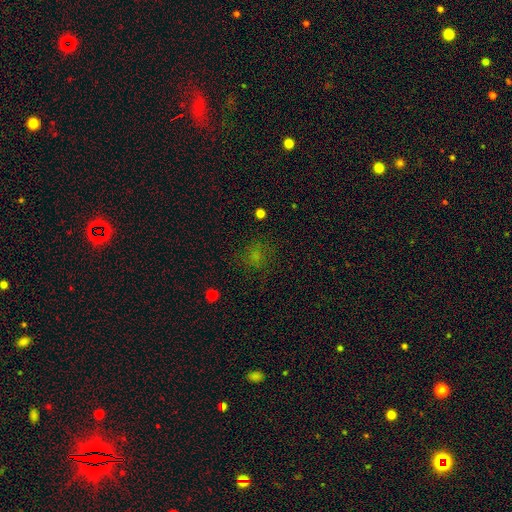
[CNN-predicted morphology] This appears to be a smooth galaxy with no disk features (61%) that is round (74%). Merging: none (71%).